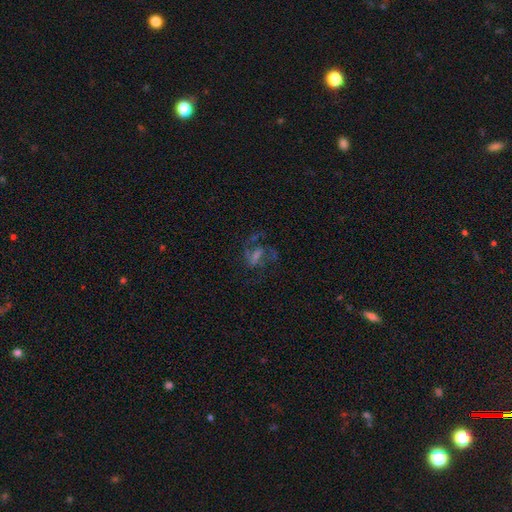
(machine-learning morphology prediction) type=featured or disk (66%); edge-on=no (95%); bar=weak (45%); spiral arms=yes (87%); winding=medium (51%); arm count=2 (67%); bulge=none (33%); merging=none (57%).